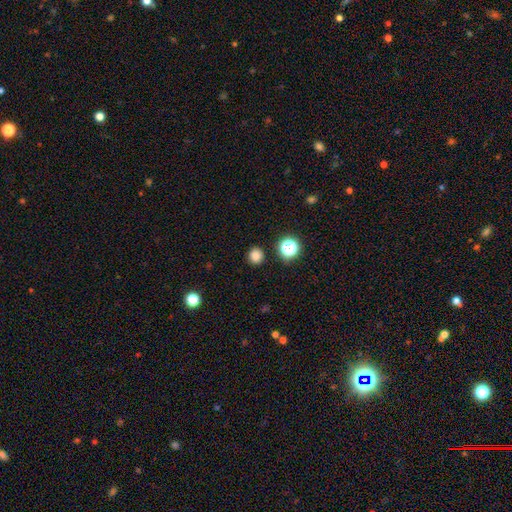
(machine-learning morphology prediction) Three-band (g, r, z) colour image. It shows a smooth galaxy with no disk features (82%) that is round (91%). Merging: none (90%).